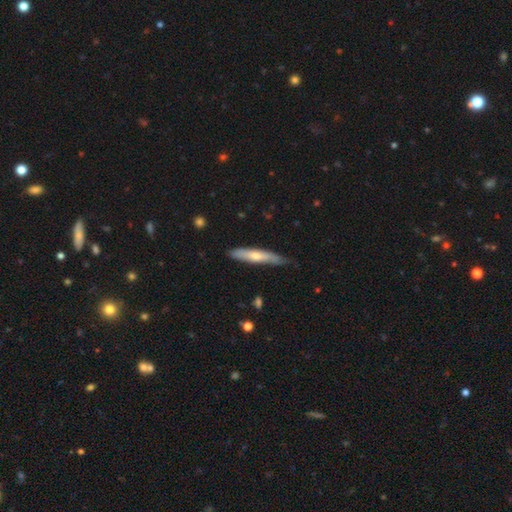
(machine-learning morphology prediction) Q: Smooth or featured?
A: featured or disk (47%); runner-up: smooth (46%)
Q: Merging?
A: none (76%); runner-up: minor disturbance (20%)